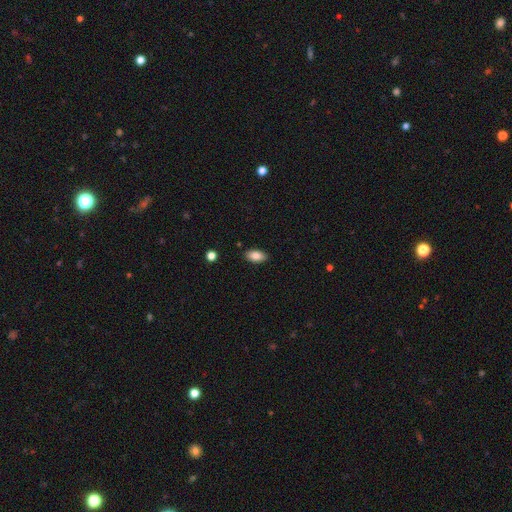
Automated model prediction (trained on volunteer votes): Smooth or featured?
  - smooth: 84% *
  - featured or disk: 8%
  - star or artifact: 8%
How rounded?
  - in between: 92% *
  - cigar-shaped: 4%
  - round: 3%
Merging?
  - none: 88% *
  - minor disturbance: 9%
  - major disturbance: 2%
  - merger: 1%